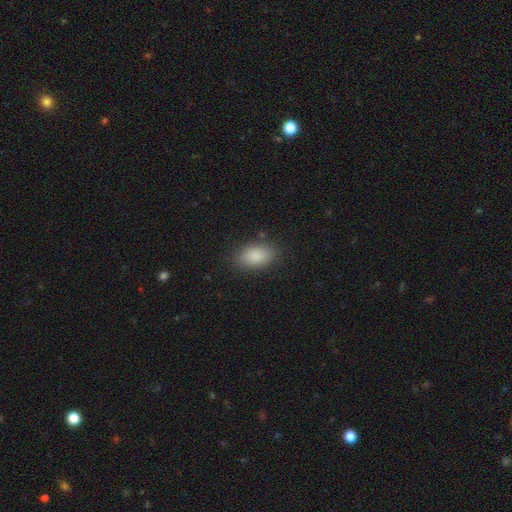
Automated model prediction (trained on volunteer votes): Overall: smooth (88%). How rounded: in between (92%). Merging: none (85%).